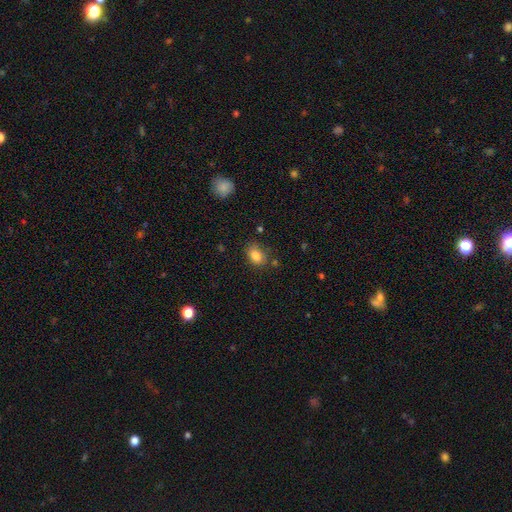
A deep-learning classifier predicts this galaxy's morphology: This is clearly a smooth galaxy (84%). How rounded: likely in between (74%). Merging: likely none (76%).